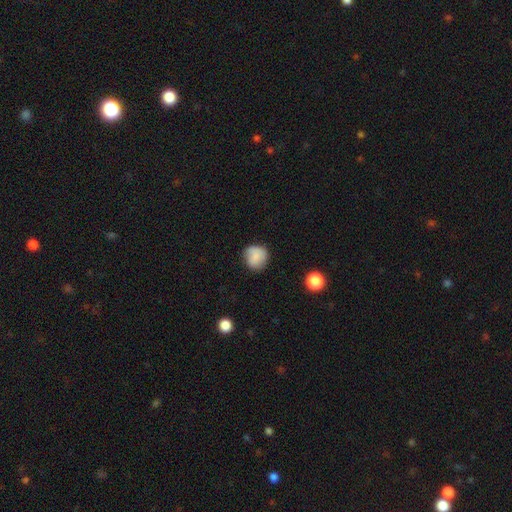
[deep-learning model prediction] smooth 80%, featured or disk 11%, star or artifact 9%. Down the decision tree: how rounded — round (86%); merging — none (73%).